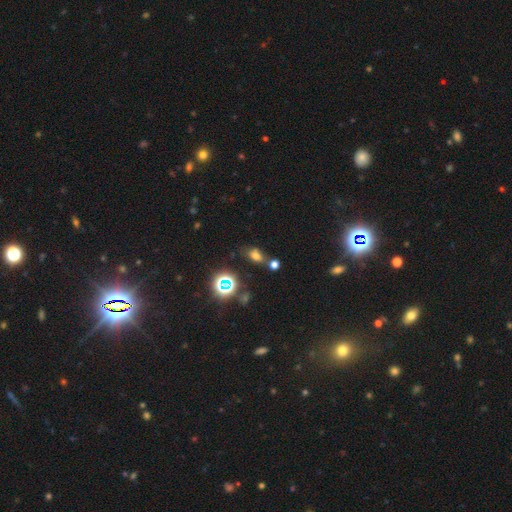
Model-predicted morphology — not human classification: A smooth galaxy with no disk features (62%) that is in between round and cigar-shaped (72%).

Vote fractions:
- Smooth or featured? smooth: 62% / star or artifact: 29% / featured or disk: 10%
- How rounded? in between: 72% / round: 25% / cigar-shaped: 3%
- Merging? none: 63% / merger: 16% / minor disturbance: 15% / major disturbance: 6%